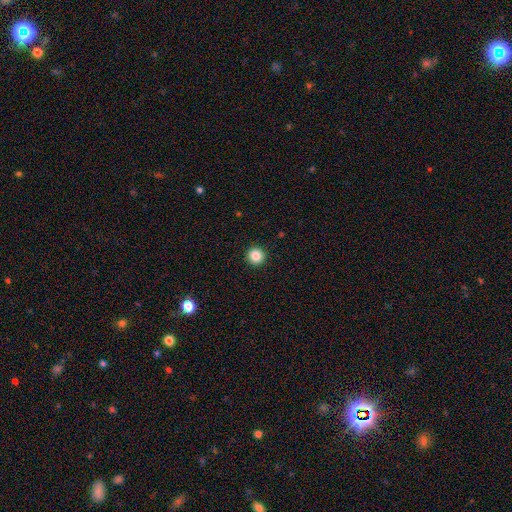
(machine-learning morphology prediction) This appears to be a smooth galaxy with no disk features (85%) that is round (96%). Merging: none (94%).